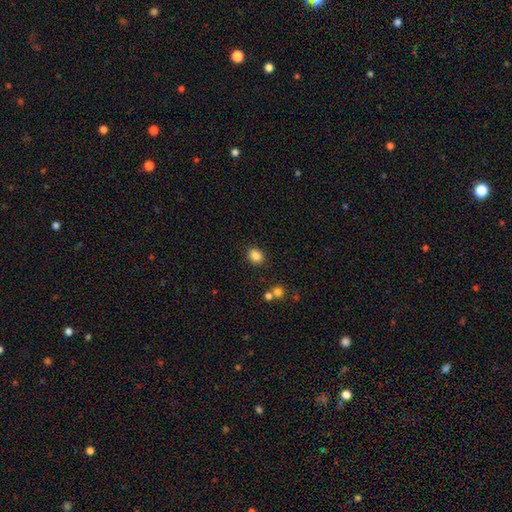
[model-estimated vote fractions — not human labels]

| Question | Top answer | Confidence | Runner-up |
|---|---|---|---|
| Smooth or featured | smooth | 85% | star or artifact (10%) |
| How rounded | round | 55% | in between (44%) |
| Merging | none | 83% | minor disturbance (10%) |